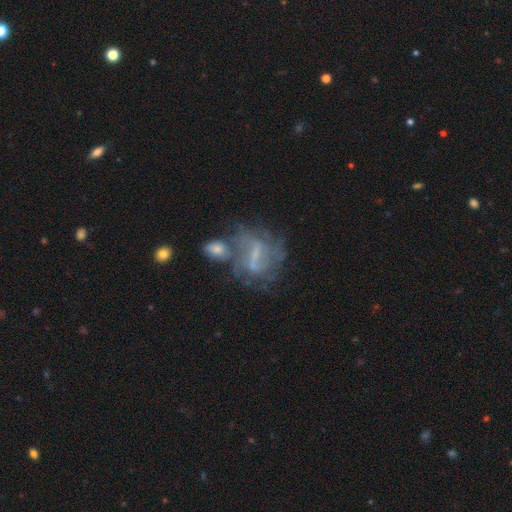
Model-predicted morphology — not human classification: Smooth or featured? Predicted: featured or disk (p=0.71). Edge-on disk? Predicted: no (p=0.95). Bar? Predicted: weak (p=0.44). Spiral arms? Predicted: yes (p=0.69). Bulge size? Predicted: small (p=0.42). Merging? Predicted: none (p=0.38).